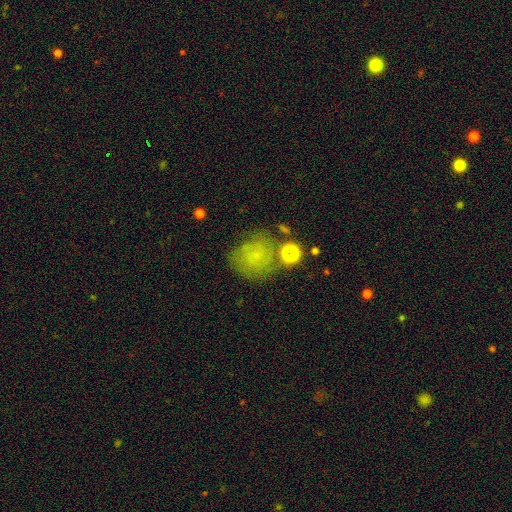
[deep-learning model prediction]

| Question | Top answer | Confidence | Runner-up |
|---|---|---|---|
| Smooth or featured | smooth | 60% | featured or disk (25%) |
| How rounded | round | 79% | in between (19%) |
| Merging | none | 59% | minor disturbance (20%) |